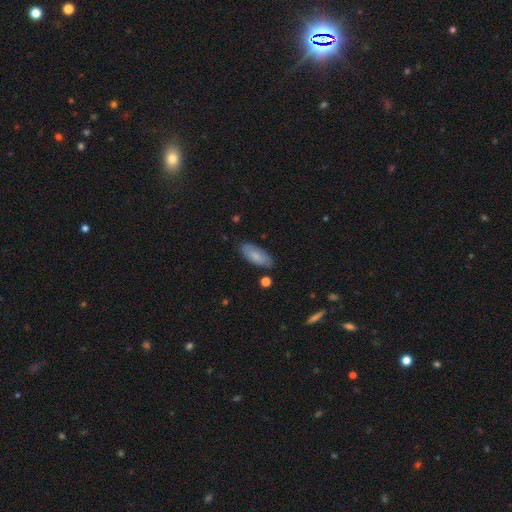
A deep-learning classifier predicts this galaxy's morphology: type=smooth (75%); roundness=in between (84%); merging=none (80%).